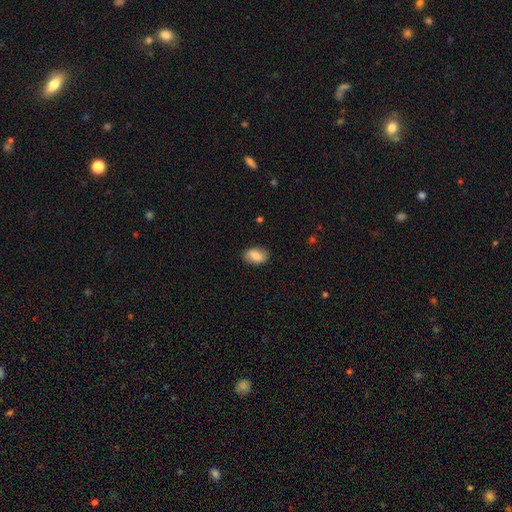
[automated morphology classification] smooth 82%, featured or disk 11%, star or artifact 7%. Down the decision tree: how rounded — in between (89%); merging — none (85%).